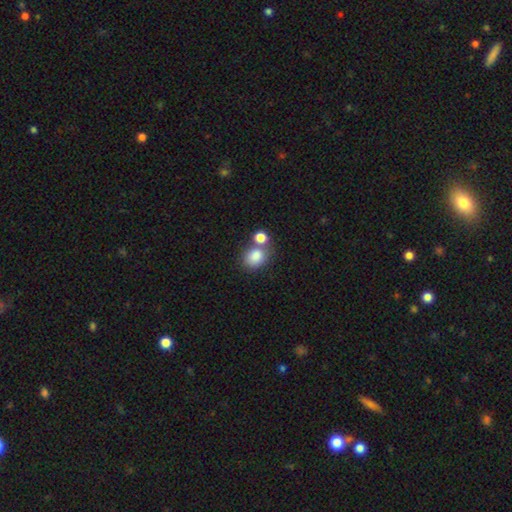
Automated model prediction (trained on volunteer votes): smooth-or-featured: smooth: 83% | star or artifact: 10% | featured or disk: 7%
  how-rounded: round: 56% | in between: 43% | cigar-shaped: 1%
  merging: none: 53% | merger: 31% | minor disturbance: 11% | major disturbance: 4%